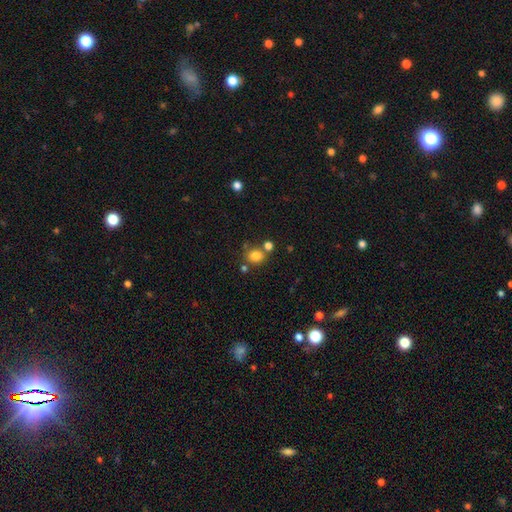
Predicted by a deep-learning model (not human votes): smooth_or_featured: smooth (p=0.80) [alt: star or artifact p=0.13]
how_rounded: round (p=0.74) [alt: in between p=0.25]
merging: none (p=0.66) [alt: merger p=0.18]